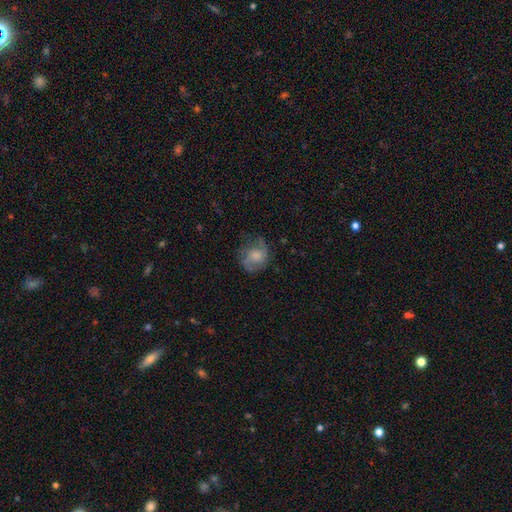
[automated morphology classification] Q: Smooth or featured?
A: smooth (46%); runner-up: featured or disk (45%)
Q: Merging?
A: none (55%); runner-up: minor disturbance (24%)